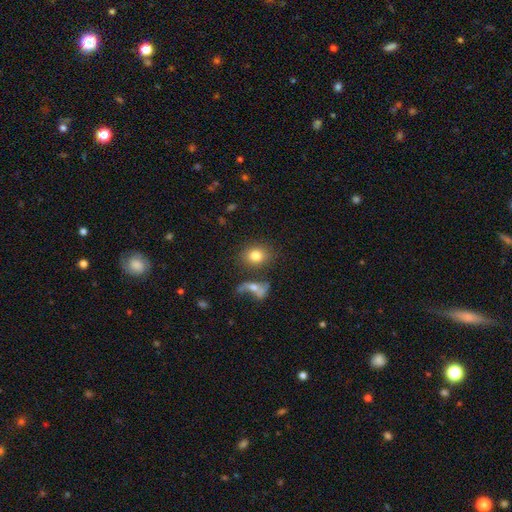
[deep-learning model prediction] Smooth or featured?
  - smooth: 79% *
  - featured or disk: 11%
  - star or artifact: 10%
How rounded?
  - round: 56% *
  - in between: 43%
  - cigar-shaped: 2%
Merging?
  - none: 73% *
  - merger: 11%
  - minor disturbance: 11%
  - major disturbance: 6%